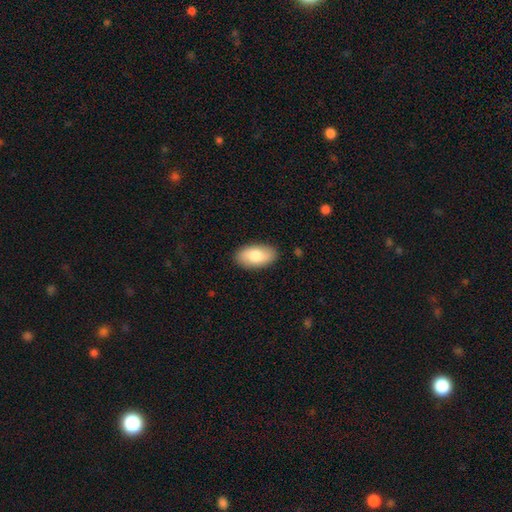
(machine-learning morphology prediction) The model was most divided on "smooth or featured": smooth: 78%, featured or disk: 16%, star or artifact: 6%. More confident: how rounded — in between (95%); merging — none (88%).